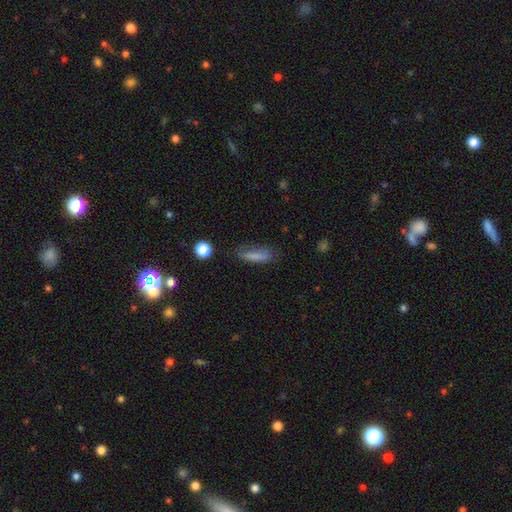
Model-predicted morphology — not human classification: Smooth or featured?
  - smooth: 78% *
  - featured or disk: 12%
  - star or artifact: 10%
How rounded?
  - cigar-shaped: 58% *
  - in between: 39%
  - round: 3%
Merging?
  - none: 62% *
  - minor disturbance: 25%
  - major disturbance: 10%
  - merger: 2%